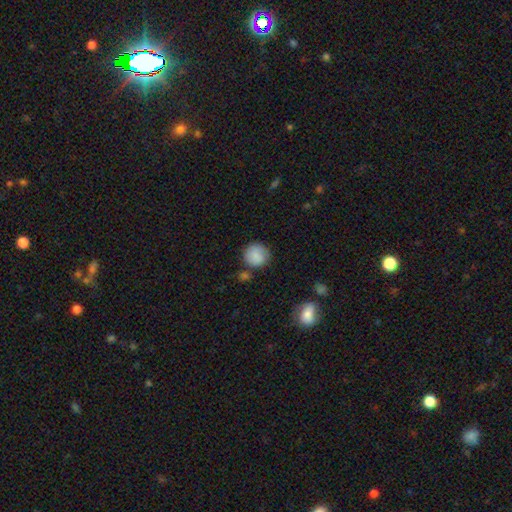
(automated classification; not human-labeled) This appears to be a smooth galaxy with no disk features (85%) that is round (90%). Merging: none (72%).